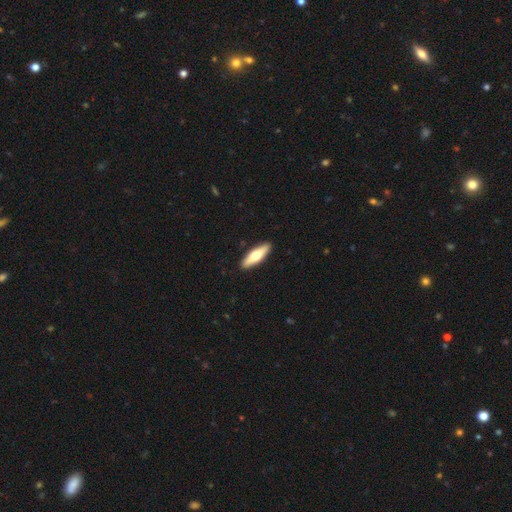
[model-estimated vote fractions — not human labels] Smooth or featured? Predicted: smooth (p=0.58). How rounded? Predicted: cigar-shaped (p=0.60). Merging? Predicted: none (p=0.91).